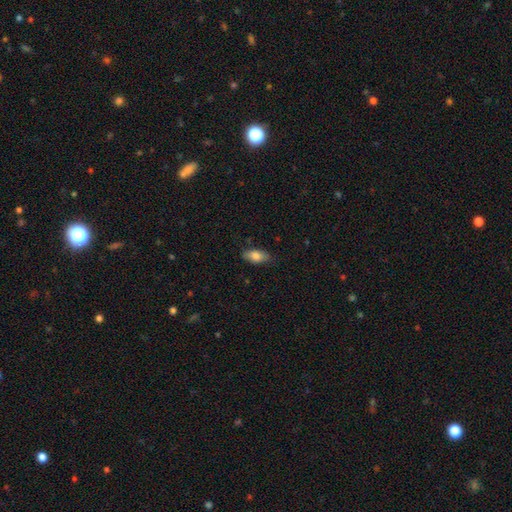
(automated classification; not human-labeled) Q: Smooth or featured?
A: smooth (80%); runner-up: featured or disk (13%)
Q: How rounded?
A: in between (89%); runner-up: cigar-shaped (8%)
Q: Merging?
A: none (80%); runner-up: minor disturbance (16%)